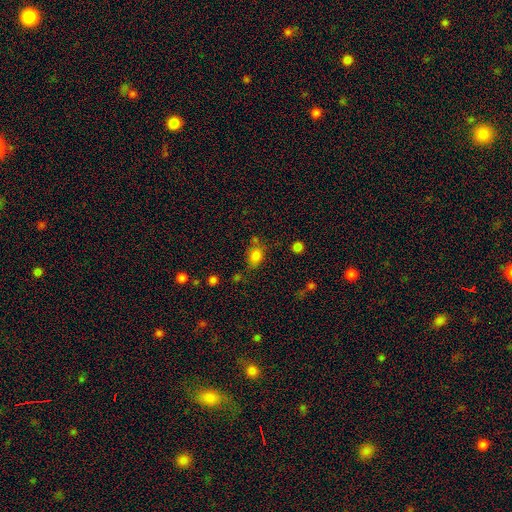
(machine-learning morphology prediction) Overall: smooth (80%). How rounded: in between (70%). Merging: none (62%).